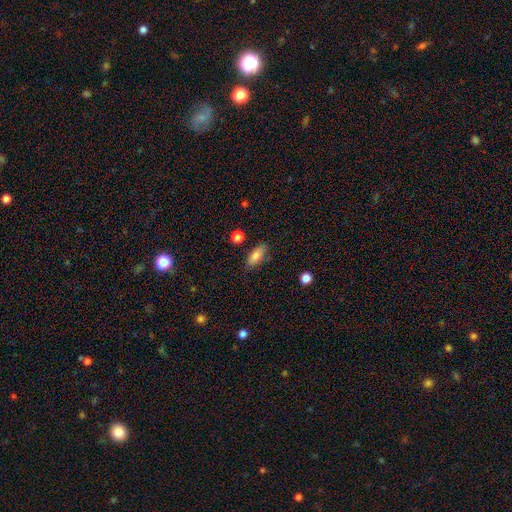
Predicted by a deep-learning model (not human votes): smooth 80%, featured or disk 12%, star or artifact 8%. Down the decision tree: how rounded — in between (75%); merging — none (79%).